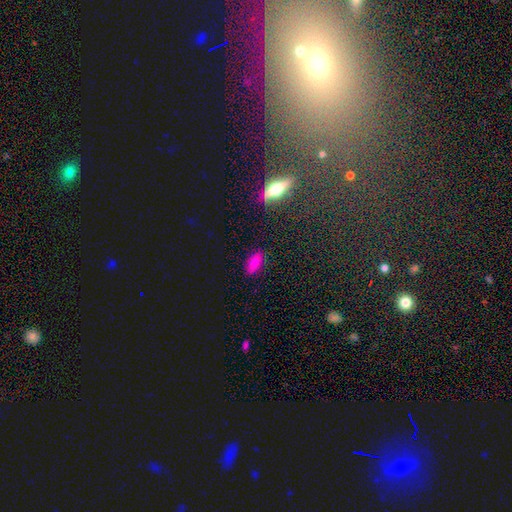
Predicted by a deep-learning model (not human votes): A smooth galaxy with no disk features (76%) that is in between round and cigar-shaped (78%).

Vote fractions:
- Smooth or featured? smooth: 76% / star or artifact: 12% / featured or disk: 12%
- How rounded? in between: 78% / cigar-shaped: 17% / round: 4%
- Merging? none: 88% / minor disturbance: 9% / major disturbance: 2% / merger: 1%